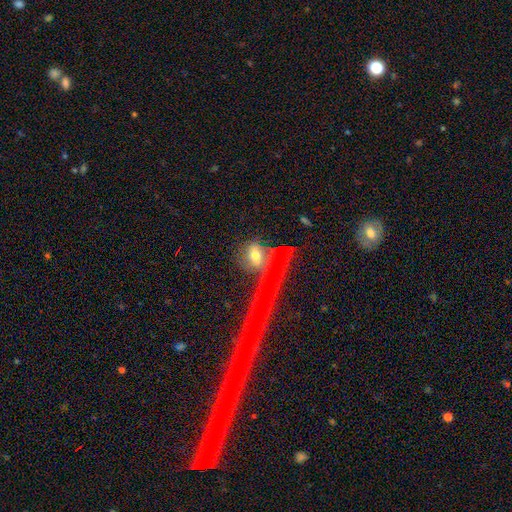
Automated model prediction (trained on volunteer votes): Q: Smooth or featured?
A: smooth (55%); runner-up: star or artifact (23%)
Q: How rounded?
A: in between (44%); runner-up: round (41%)
Q: Merging?
A: none (62%); runner-up: minor disturbance (15%)